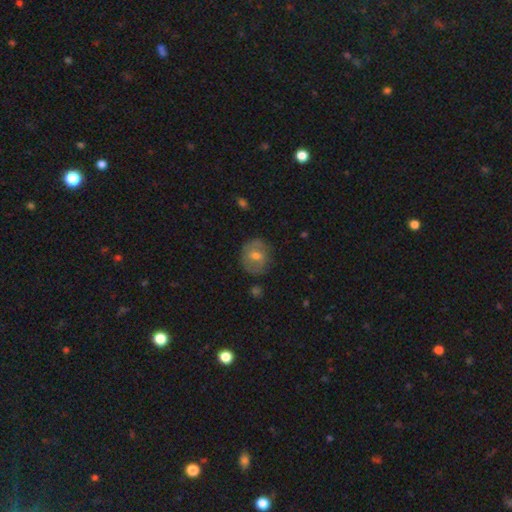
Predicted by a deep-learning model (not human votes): smooth 50%, featured or disk 41%, star or artifact 9%. Down the decision tree: how rounded — round (77%); merging — none (77%).